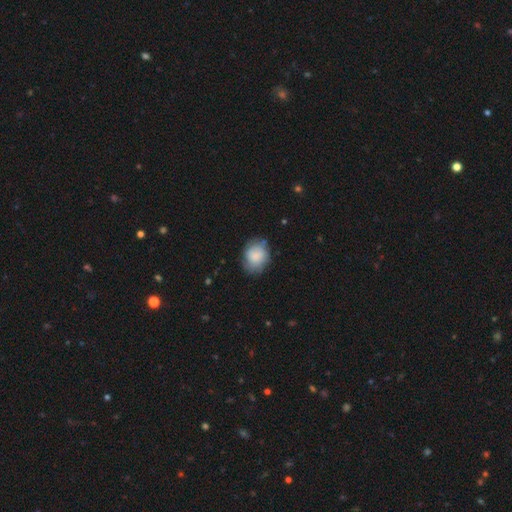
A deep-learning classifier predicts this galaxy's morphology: This appears to be a smooth galaxy with no disk features (77%) that is round (62%). Merging: none (66%).